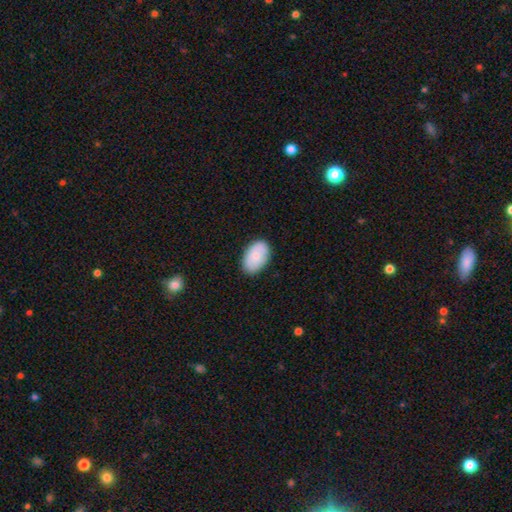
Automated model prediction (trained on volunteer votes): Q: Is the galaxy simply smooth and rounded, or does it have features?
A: smooth — 82%.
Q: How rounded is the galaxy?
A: in between — 92%.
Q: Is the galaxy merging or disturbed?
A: none — 86%.